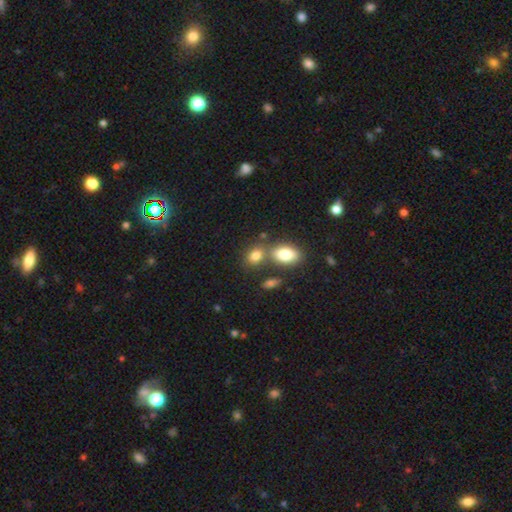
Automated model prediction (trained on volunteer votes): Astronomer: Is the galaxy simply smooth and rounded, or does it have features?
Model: smooth — 80%.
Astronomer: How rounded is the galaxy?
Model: in between — 71%.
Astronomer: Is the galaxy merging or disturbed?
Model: none — 52% (runner-up: merger, 33%).